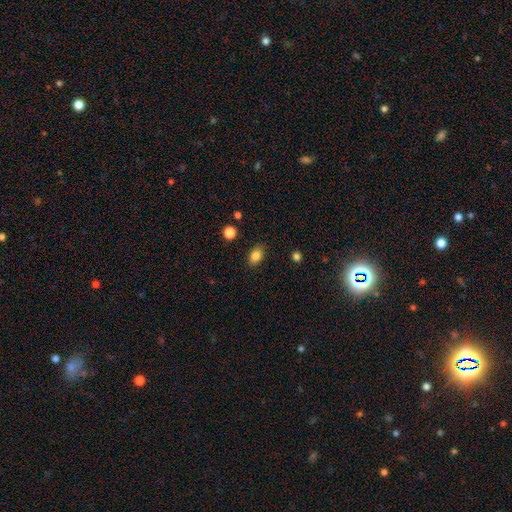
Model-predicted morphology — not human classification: Smooth or featured? smooth (84%)
How rounded? in between (81%)
Merging? none (87%)